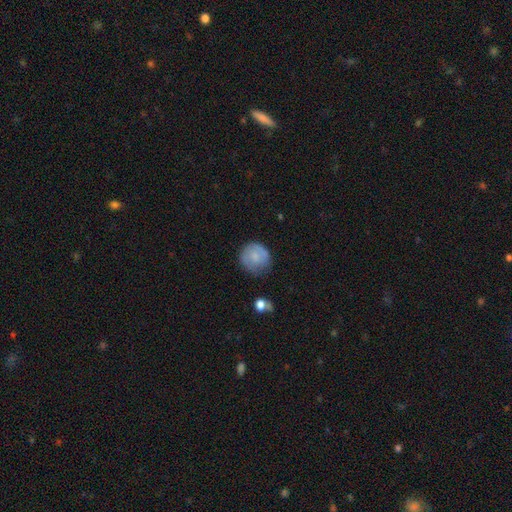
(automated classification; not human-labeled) Smooth or featured: smooth — 72% (featured or disk — 20%)
How rounded: round — 89% (in between — 10%)
Merging: none — 64% (minor disturbance — 25%)